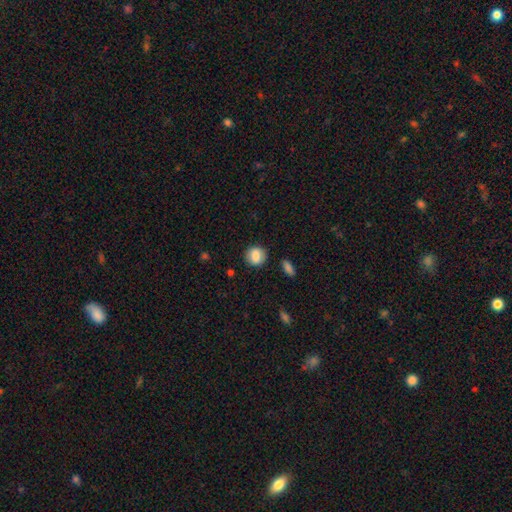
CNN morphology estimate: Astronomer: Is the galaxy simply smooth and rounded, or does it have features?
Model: smooth — 84%.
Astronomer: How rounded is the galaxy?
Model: round — 72%.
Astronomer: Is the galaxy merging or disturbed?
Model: none — 83%.